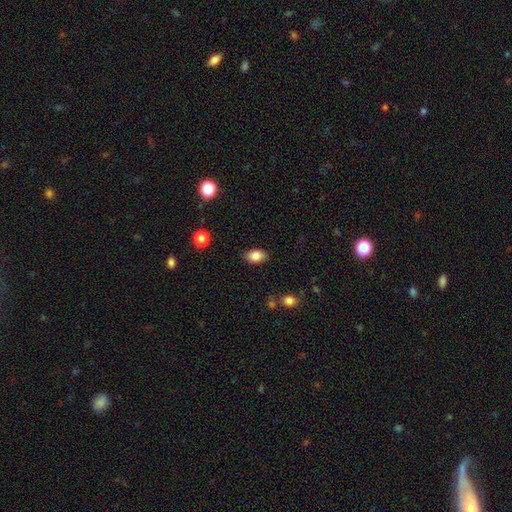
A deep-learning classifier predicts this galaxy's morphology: type=smooth (83%); roundness=in between (87%); merging=none (85%).